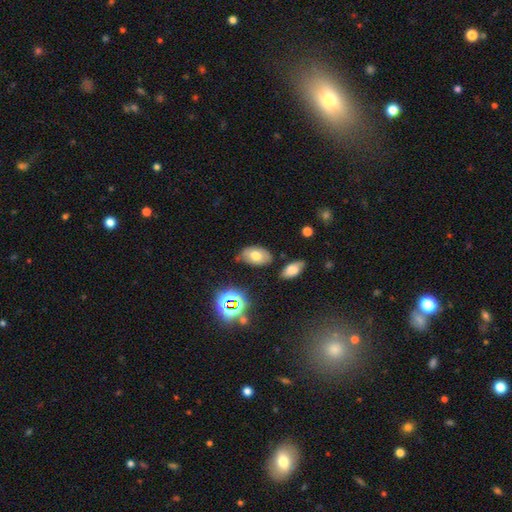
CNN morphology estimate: A smooth galaxy with no disk features (65%) that is in between round and cigar-shaped (90%). Merging: none (72%).